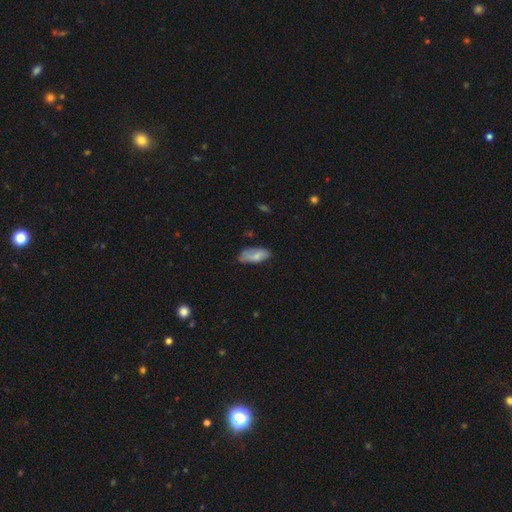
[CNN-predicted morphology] Smooth or featured? smooth (75%)
How rounded? in between (86%)
Merging? none (53%)